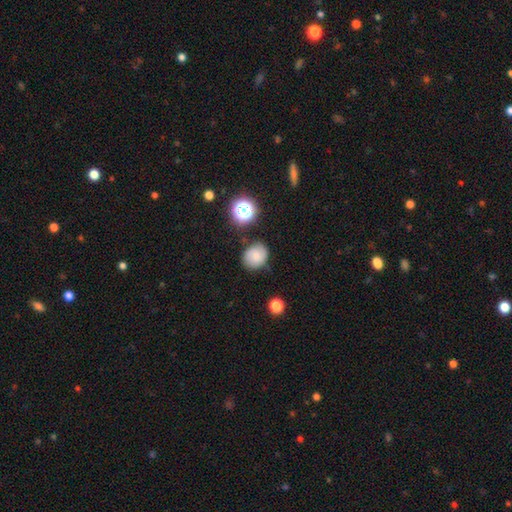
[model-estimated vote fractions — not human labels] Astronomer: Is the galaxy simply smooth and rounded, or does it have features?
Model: smooth — 69%.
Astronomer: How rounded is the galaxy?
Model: round — 67%.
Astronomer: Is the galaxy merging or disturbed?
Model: none — 73%.